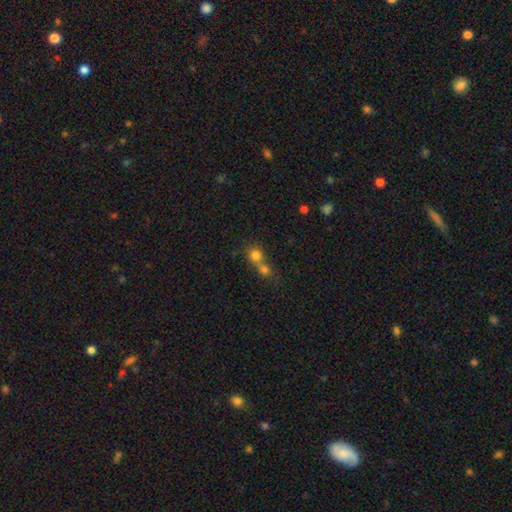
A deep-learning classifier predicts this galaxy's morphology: A smooth galaxy with no disk features (75%) that is round (81%).

Vote fractions:
- Smooth or featured? smooth: 75% / star or artifact: 13% / featured or disk: 12%
- How rounded? round: 81% / in between: 18% / cigar-shaped: 1%
- Merging? merger: 65% / none: 27% / minor disturbance: 5% / major disturbance: 3%